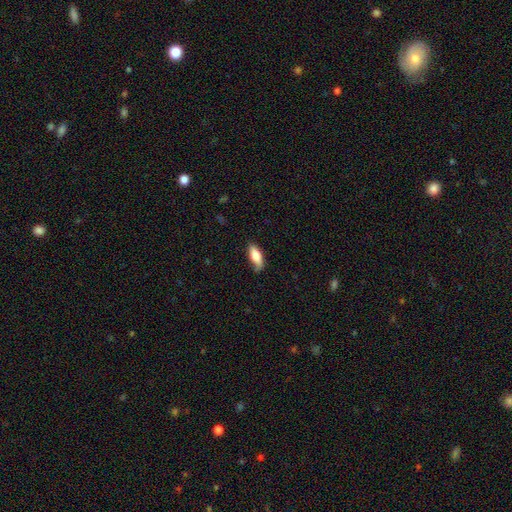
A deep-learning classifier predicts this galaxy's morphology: smooth 78%, featured or disk 16%, star or artifact 6%. Down the decision tree: how rounded — in between (78%); merging — none (64%).